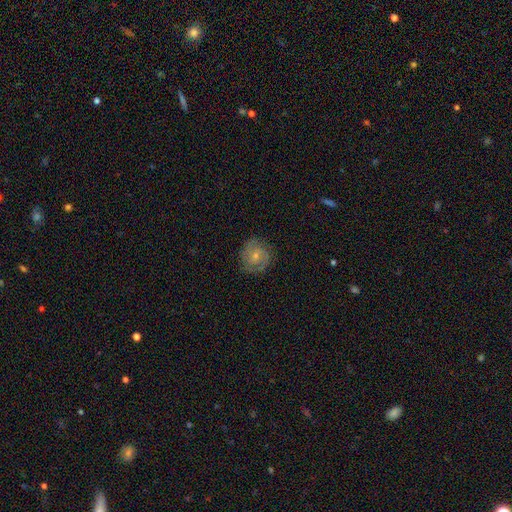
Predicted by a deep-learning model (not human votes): Smooth or featured? Predicted: featured or disk (p=0.60). Edge-on disk? Predicted: no (p=0.98). Bar? Predicted: no (p=0.66). Spiral arms? Predicted: yes (p=0.87). Spiral winding? Predicted: tight (p=0.53). Spiral arm count? Predicted: 2 (p=0.61). Bulge size? Predicted: small (p=0.59). Merging? Predicted: none (p=0.79).